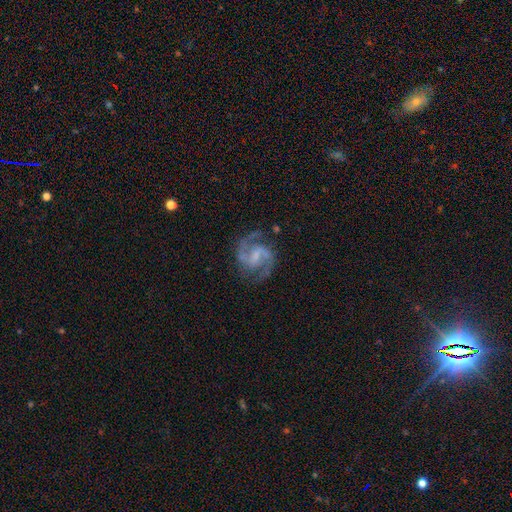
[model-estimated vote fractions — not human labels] Smooth or featured?
  - featured or disk: 92% *
  - star or artifact: 4%
  - smooth: 4%
Edge-on disk?
  - no: 98% *
  - yes: 2%
Bar?
  - weak: 56% *
  - strong: 24%
  - no: 20%
Spiral arms?
  - yes: 98% *
  - no: 2%
Spiral winding?
  - medium: 65% *
  - tight: 20%
  - loose: 15%
Spiral arm count?
  - 2: 93% *
  - 3: 2%
  - can't tell: 2%
  - 1: 1%
  - 4: 1%
  - more than 4: 1%
Bulge size?
  - small: 45% *
  - none: 28%
  - moderate: 24%
  - large: 3%
  - dominant: 1%
Merging?
  - none: 78% *
  - minor disturbance: 14%
  - major disturbance: 6%
  - merger: 1%